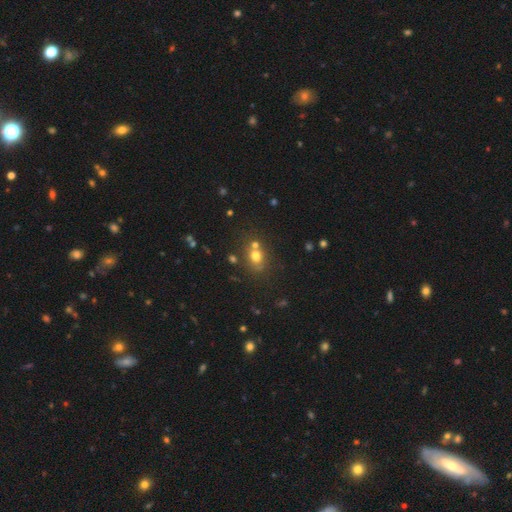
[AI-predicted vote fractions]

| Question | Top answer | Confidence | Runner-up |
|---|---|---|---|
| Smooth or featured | smooth | 69% | star or artifact (18%) |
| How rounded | round | 63% | in between (36%) |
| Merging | none | 54% | merger (29%) |